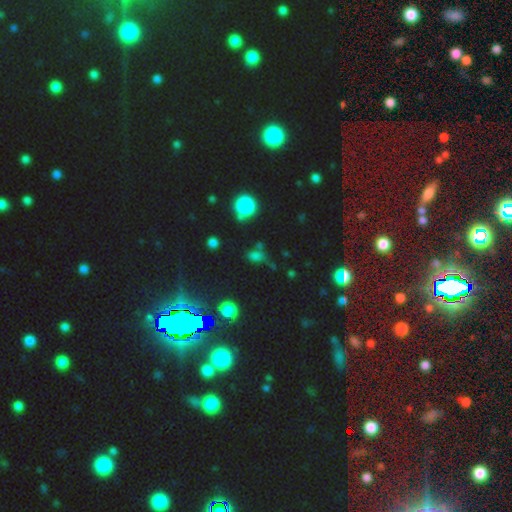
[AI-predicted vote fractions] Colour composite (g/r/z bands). It shows a smooth galaxy with no disk features (56%) that is in between round and cigar-shaped (53%). Merging: none (58%).